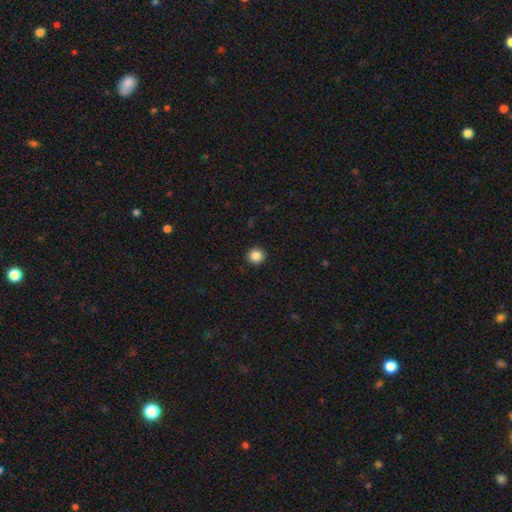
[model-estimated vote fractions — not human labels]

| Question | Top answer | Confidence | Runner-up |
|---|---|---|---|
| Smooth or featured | smooth | 86% | star or artifact (10%) |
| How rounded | round | 94% | in between (5%) |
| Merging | none | 93% | minor disturbance (5%) |